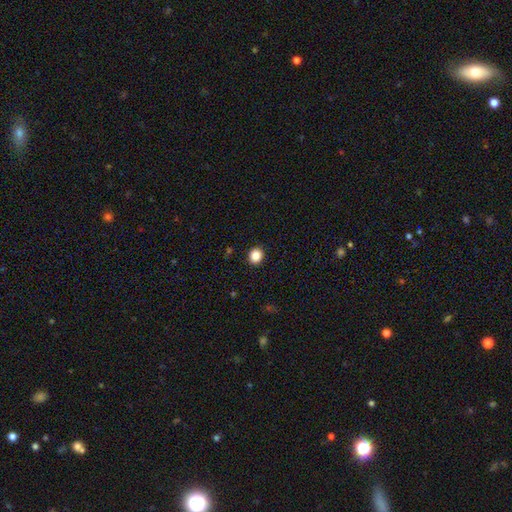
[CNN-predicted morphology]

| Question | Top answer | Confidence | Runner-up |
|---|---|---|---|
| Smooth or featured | smooth | 87% | star or artifact (10%) |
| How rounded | round | 79% | in between (20%) |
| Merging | none | 92% | minor disturbance (5%) |